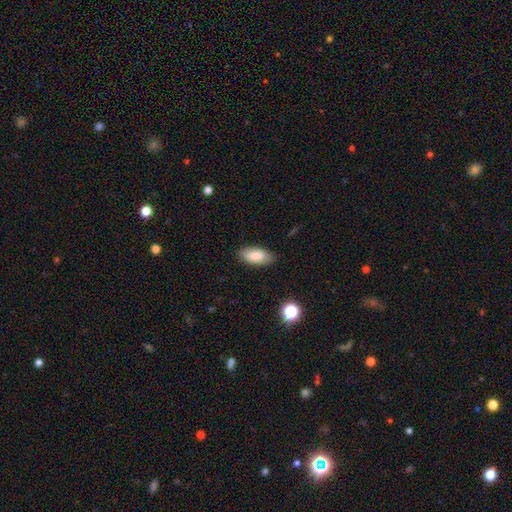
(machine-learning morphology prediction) A smooth galaxy with no disk features (85%) that is in between round and cigar-shaped (89%).

Vote fractions:
- Smooth or featured? smooth: 85% / featured or disk: 8% / star or artifact: 7%
- How rounded? in between: 89% / cigar-shaped: 9% / round: 2%
- Merging? none: 86% / minor disturbance: 11% / major disturbance: 2% / merger: 1%